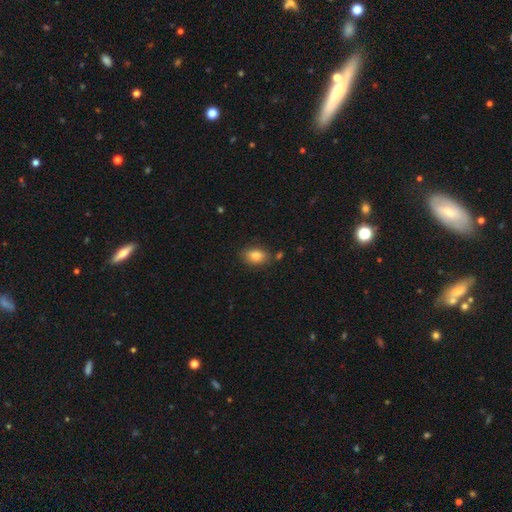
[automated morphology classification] This appears to be a smooth galaxy with no disk features (84%) that is in between round and cigar-shaped (83%). Merging: none (78%).